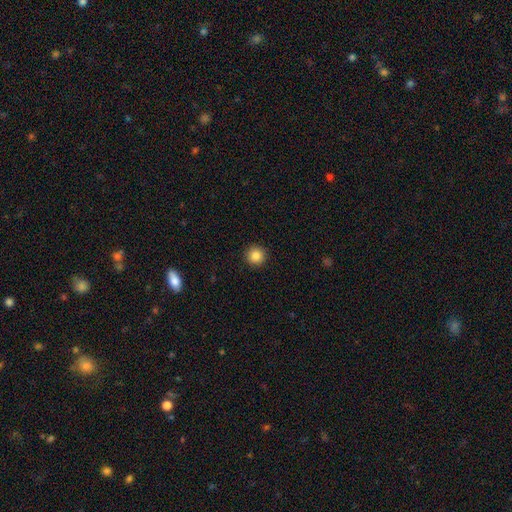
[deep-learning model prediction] The model was most divided on "smooth or featured": smooth: 84%, star or artifact: 11%, featured or disk: 5%. More confident: how rounded — round (96%); merging — none (93%).